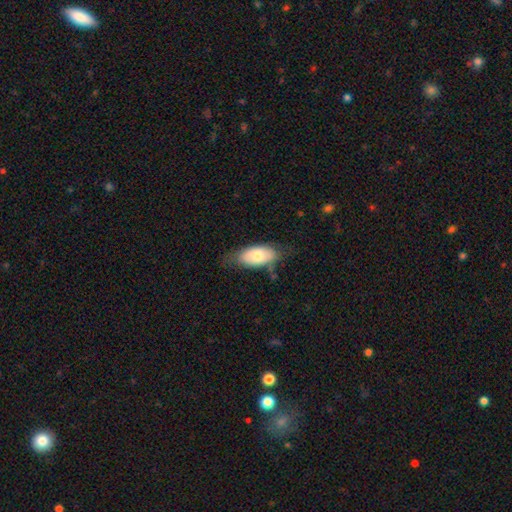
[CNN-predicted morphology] Smooth or featured? smooth (69%)
How rounded? in between (92%)
Merging? none (64%)